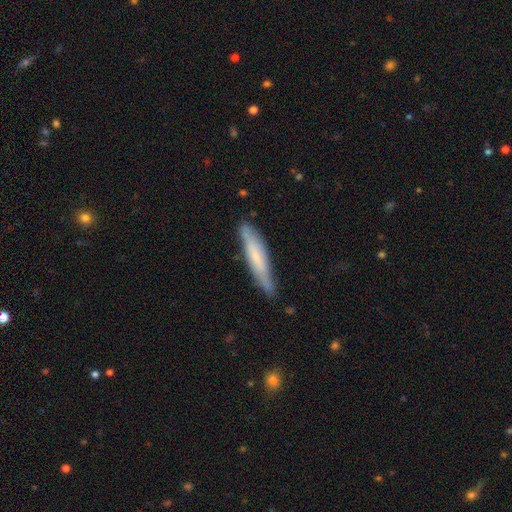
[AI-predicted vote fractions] Overall: smooth (58%; featured or disk 36%). How rounded: cigar-shaped (89%). Merging: none (77%).